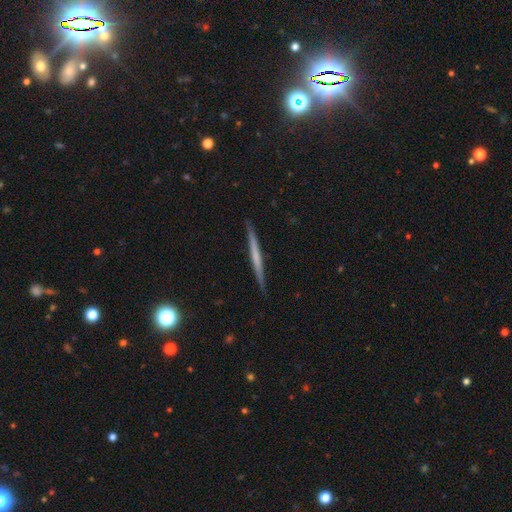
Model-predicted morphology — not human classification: Smooth or featured: featured or disk — 53% (smooth — 41%)
Edge-on disk: yes — 98% (no — 2%)
Edge-on bulge: none — 81% (rounded — 12%)
Merging: none — 91% (minor disturbance — 7%)